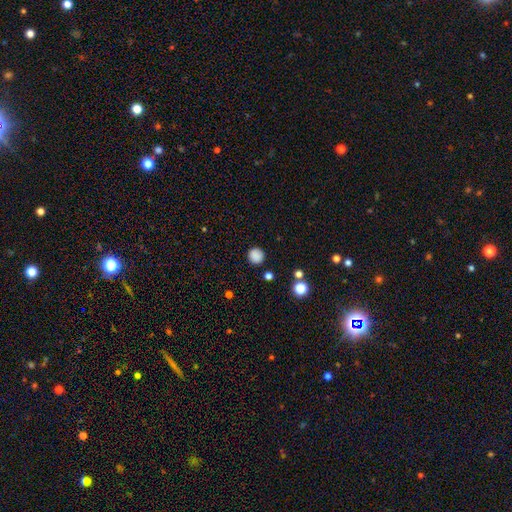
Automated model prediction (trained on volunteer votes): The model was most divided on "smooth or featured": smooth: 85%, star or artifact: 11%, featured or disk: 3%. More confident: how rounded — round (93%); merging — none (88%).